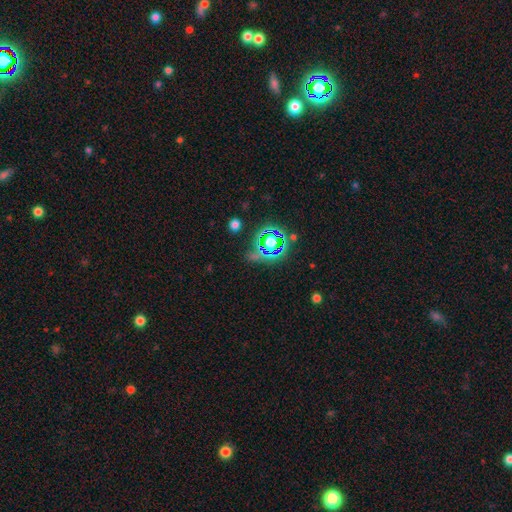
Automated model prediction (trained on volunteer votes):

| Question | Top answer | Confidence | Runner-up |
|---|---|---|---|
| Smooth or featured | star or artifact | 71% | smooth (19%) |